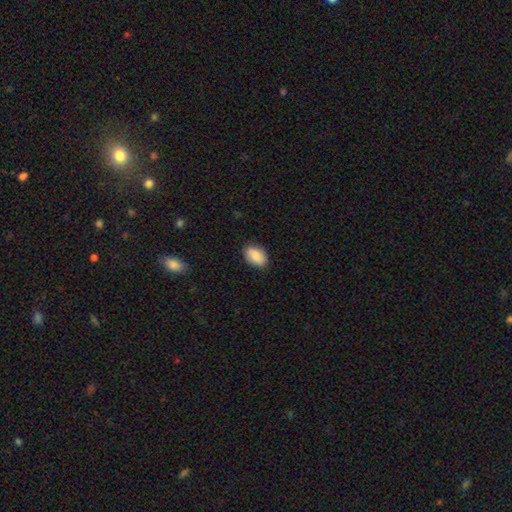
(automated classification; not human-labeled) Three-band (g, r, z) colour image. It shows a smooth galaxy with no disk features (86%) that is in between round and cigar-shaped (91%). Merging: none (86%).